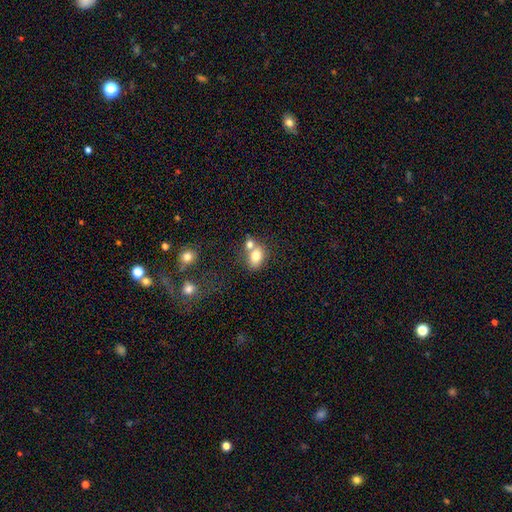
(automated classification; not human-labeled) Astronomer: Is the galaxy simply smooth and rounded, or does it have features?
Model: smooth — 76%.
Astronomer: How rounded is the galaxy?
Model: in between — 65%.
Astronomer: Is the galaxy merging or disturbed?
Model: none — 44% (runner-up: merger, 41%).